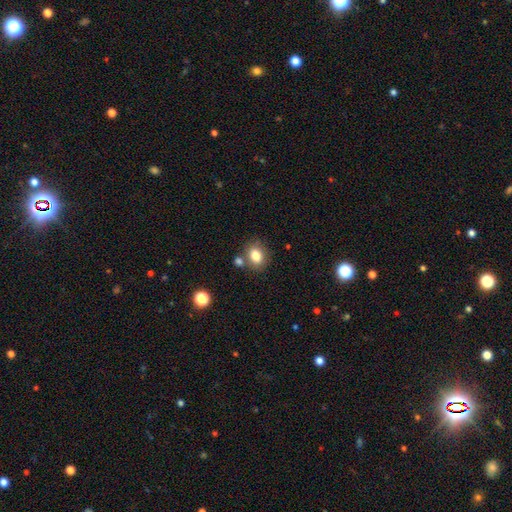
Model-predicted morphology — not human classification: This appears to be a smooth galaxy with no disk features (82%) that is in between round and cigar-shaped (50%). Merging: none (71%).